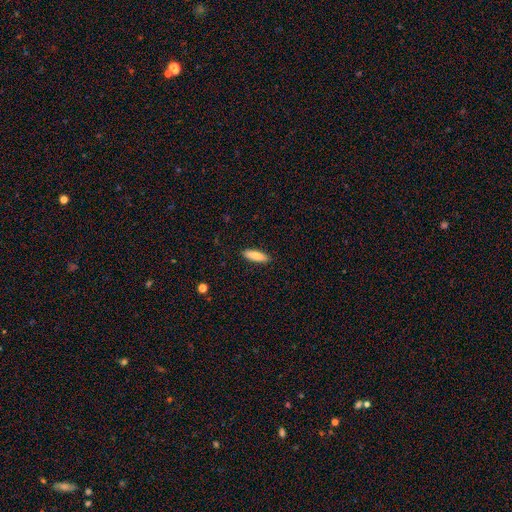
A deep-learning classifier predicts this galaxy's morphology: This appears to be a smooth galaxy with no disk features (83%) that is cigar-shaped (56%). Merging: none (89%).